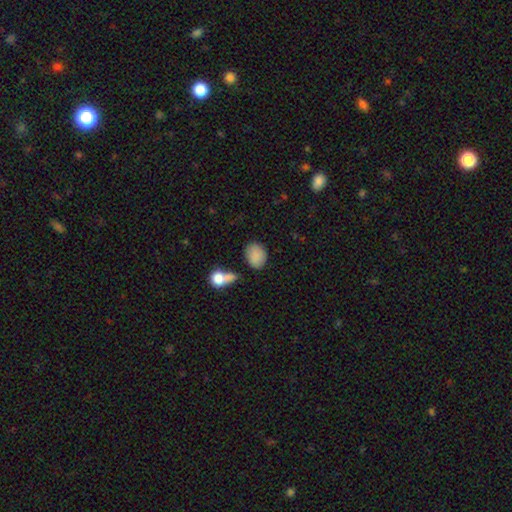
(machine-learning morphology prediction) A smooth galaxy with no disk features (86%) that is in between round and cigar-shaped (58%). Merging: none (68%).